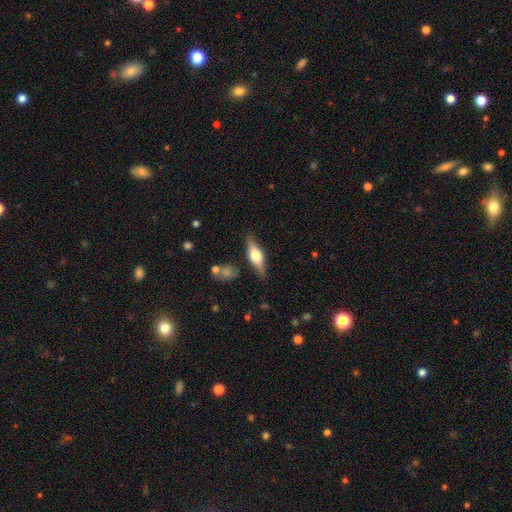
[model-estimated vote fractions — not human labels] This appears to be a featured or disk galaxy (54%) viewed edge-on (92%). Merging: none (82%).